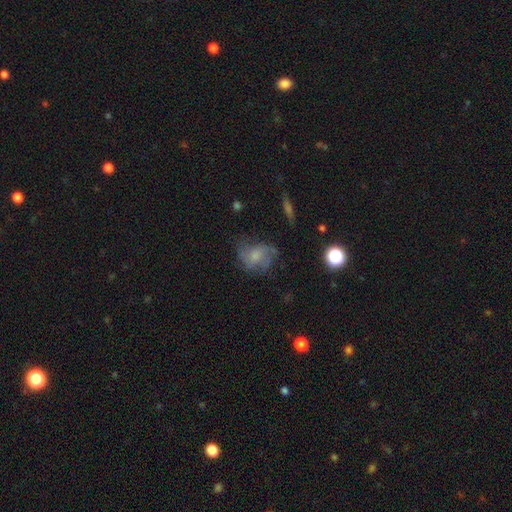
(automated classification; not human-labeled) This appears to be a featured or disk galaxy (45%). Merging: none (49%).